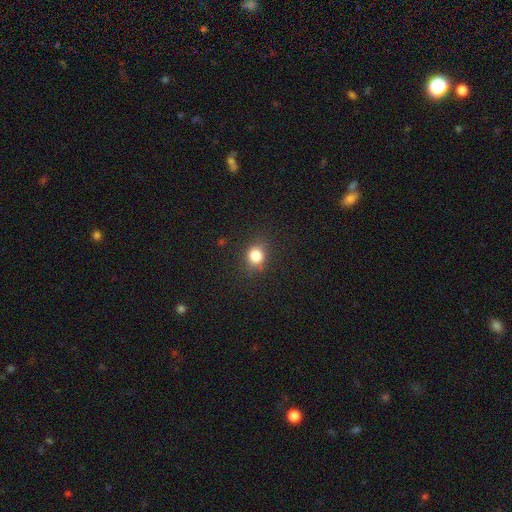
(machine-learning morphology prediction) smooth_or_featured: smooth (p=0.82) [alt: star or artifact p=0.12]
how_rounded: round (p=0.72) [alt: in between p=0.27]
merging: none (p=0.80) [alt: minor disturbance p=0.14]